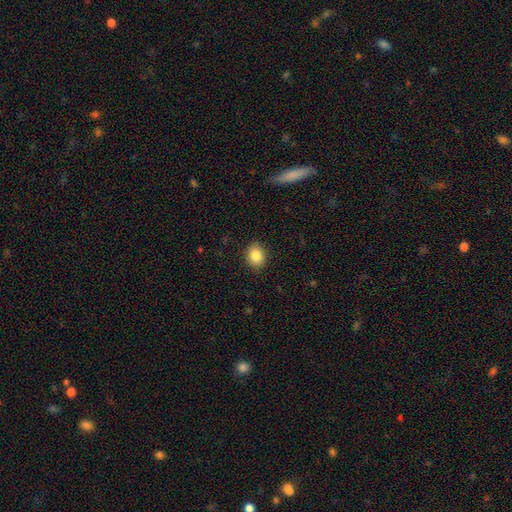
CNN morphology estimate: Smooth or featured? smooth (87%)
How rounded? round (54%)
Merging? none (89%)